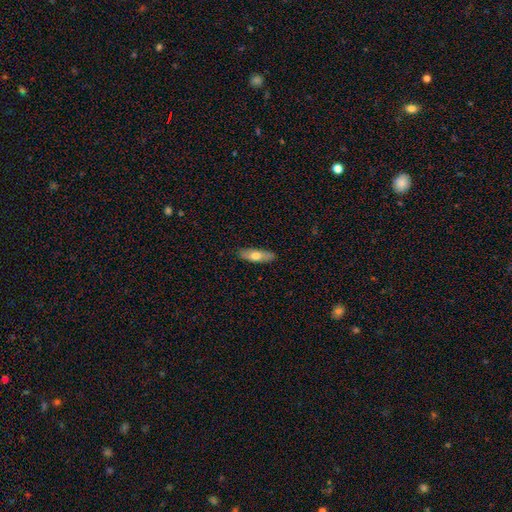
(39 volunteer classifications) smooth 77%, featured or disk 21%, star or artifact 3%. Down the decision tree: how rounded — in between (60%); merging — none (95%).